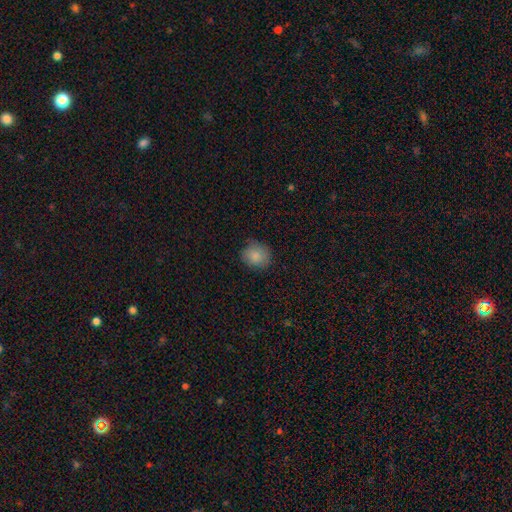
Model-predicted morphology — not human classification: Q: Smooth or featured?
A: smooth (85%); runner-up: star or artifact (9%)
Q: How rounded?
A: round (82%); runner-up: in between (18%)
Q: Merging?
A: none (80%); runner-up: minor disturbance (16%)